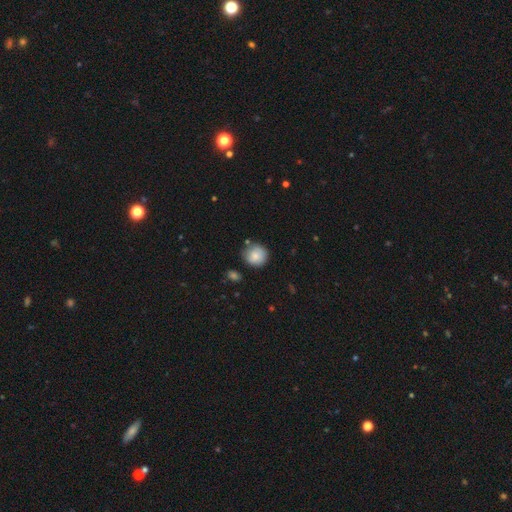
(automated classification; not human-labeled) This is clearly a smooth galaxy (81%). How rounded: clearly round (90%). Merging: likely none (74%).